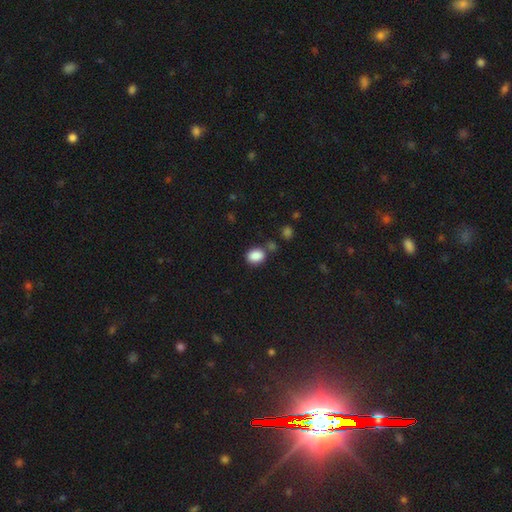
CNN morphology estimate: smooth_or_featured: smooth (p=0.87) [alt: star or artifact p=0.09]
how_rounded: in between (p=0.59) [alt: round p=0.40]
merging: none (p=0.71) [alt: minor disturbance p=0.15]